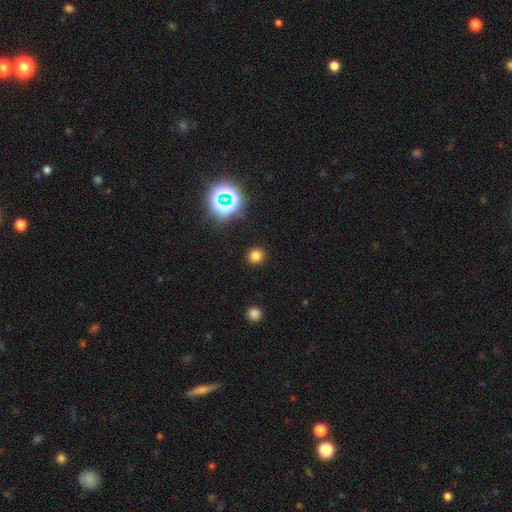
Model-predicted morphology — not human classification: Smooth or featured: smooth — 75% (star or artifact — 20%)
How rounded: round — 90% (in between — 9%)
Merging: none — 90% (minor disturbance — 6%)